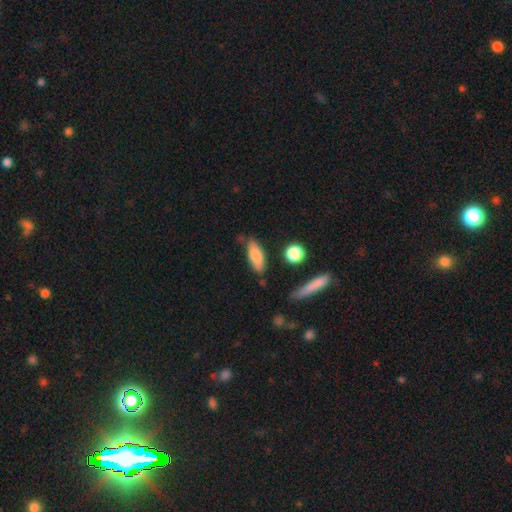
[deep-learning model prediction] This appears to be a smooth galaxy with no disk features (79%) that is in between round and cigar-shaped (64%). Merging: none (74%).